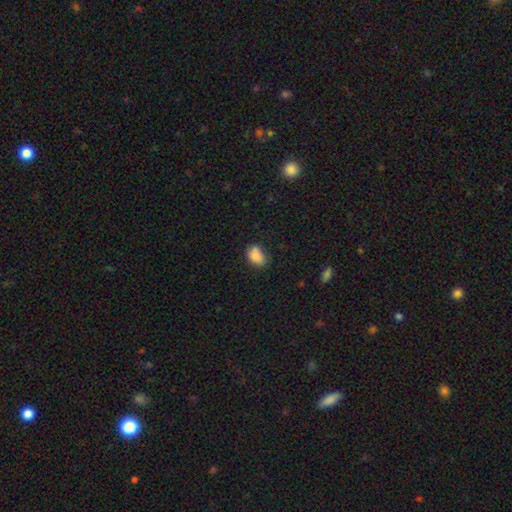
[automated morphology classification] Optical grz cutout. It shows a smooth galaxy with no disk features (86%) that is in between round and cigar-shaped (84%). Merging: none (66%).